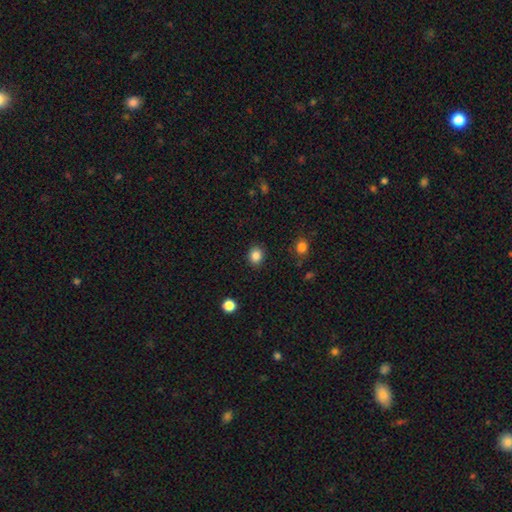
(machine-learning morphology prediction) Smooth or featured: smooth — 85% (star or artifact — 11%)
How rounded: round — 68% (in between — 31%)
Merging: none — 90% (minor disturbance — 7%)